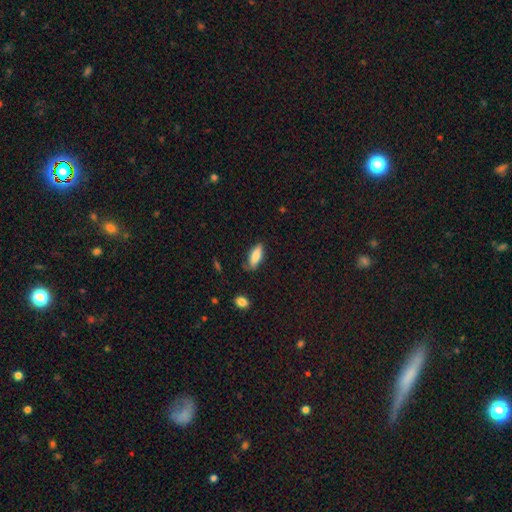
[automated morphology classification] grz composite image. It shows a smooth galaxy with no disk features (80%) that is in between round and cigar-shaped (66%). Merging: none (69%).